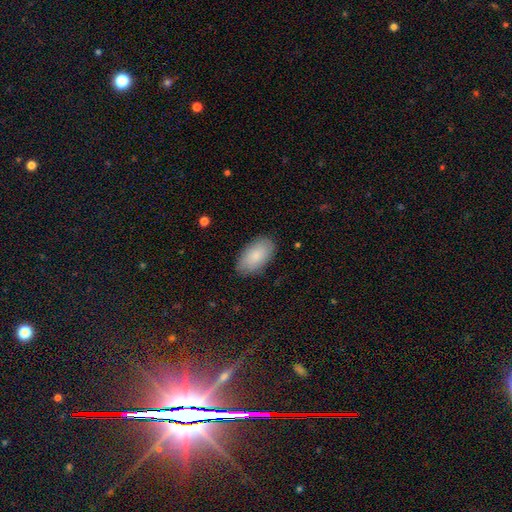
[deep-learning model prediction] Smooth or featured? smooth (82%)
How rounded? in between (95%)
Merging? none (85%)